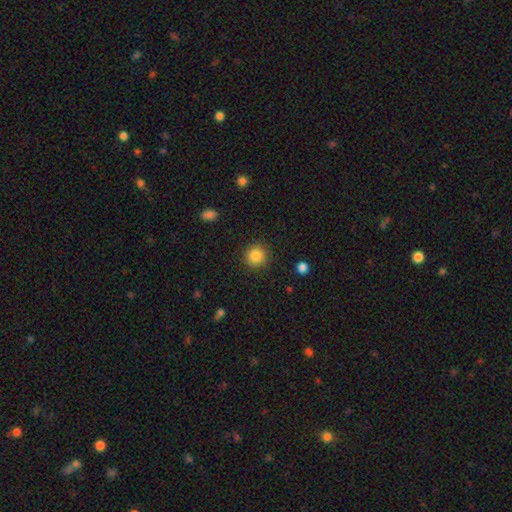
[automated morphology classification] Q: Smooth or featured?
A: smooth (85%); runner-up: star or artifact (10%)
Q: How rounded?
A: round (93%); runner-up: in between (6%)
Q: Merging?
A: none (91%); runner-up: minor disturbance (6%)